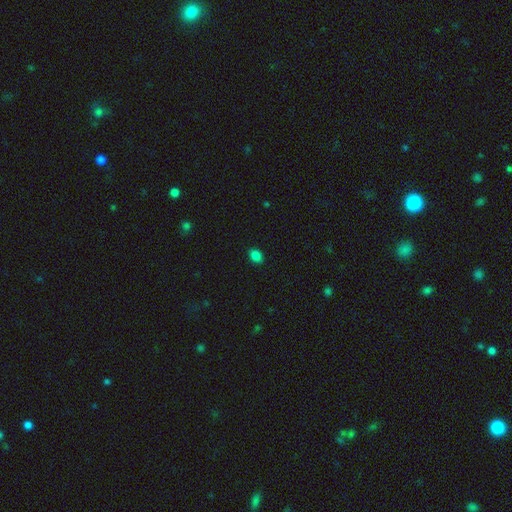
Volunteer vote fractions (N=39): Volunteers were most divided on "smooth or featured": smooth: 85%, star or artifact: 10%, featured or disk: 5%. More confident: merging — none (91%); how rounded — in between (88%).